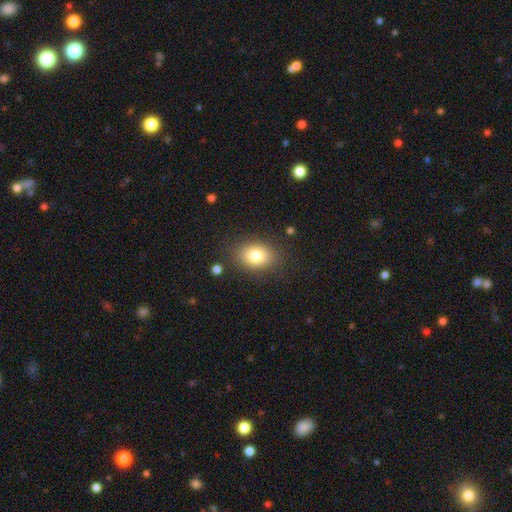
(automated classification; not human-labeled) A smooth galaxy with no disk features (80%) that is in between round and cigar-shaped (65%). Merging: none (84%).